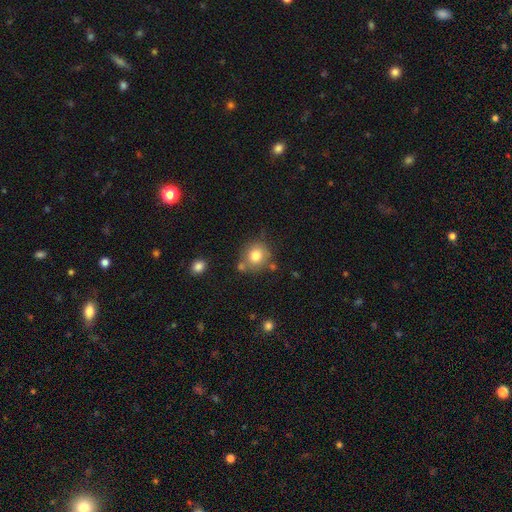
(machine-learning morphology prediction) Smooth or featured? smooth (79%)
How rounded? round (85%)
Merging? none (69%)